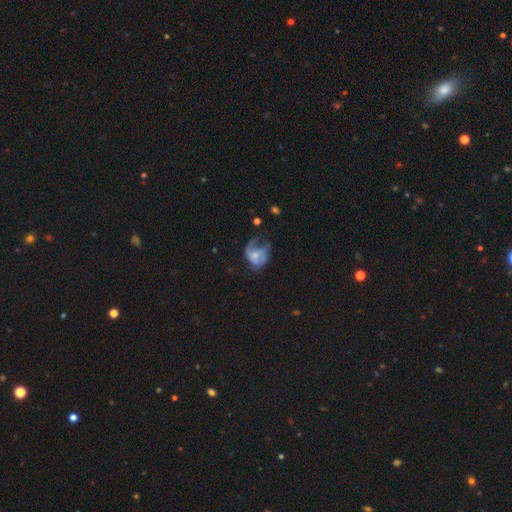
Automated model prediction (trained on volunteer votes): The model was most divided on "smooth or featured": featured or disk: 50%, smooth: 40%, star or artifact: 10%. Remaining: edge-on disk — no (97%); merging — major disturbance (49%).